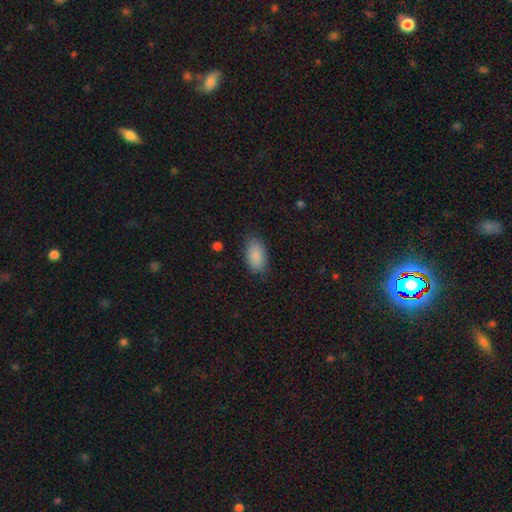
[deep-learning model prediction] Smooth or featured? smooth (88%)
How rounded? in between (93%)
Merging? none (79%)